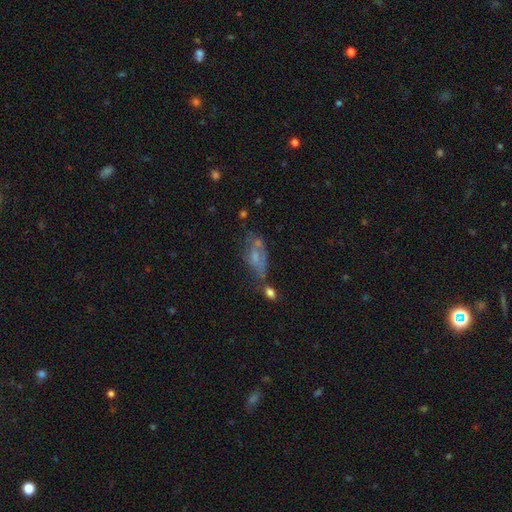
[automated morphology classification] smooth_or_featured: featured or disk (p=0.45) [alt: smooth p=0.34]
merging: none (p=0.38) [alt: minor disturbance p=0.22]